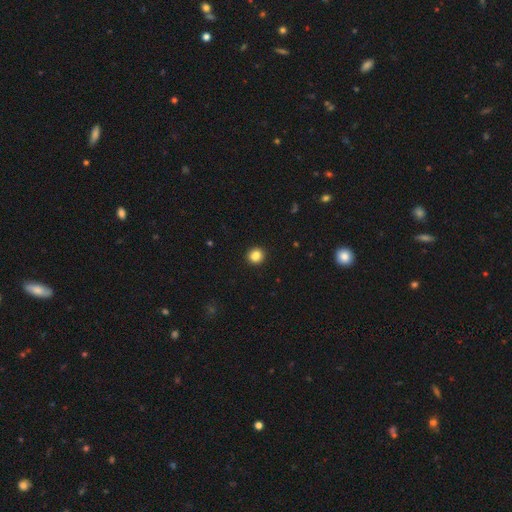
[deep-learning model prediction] This appears to be a smooth galaxy with no disk features (87%) that is round (86%). Merging: none (92%).